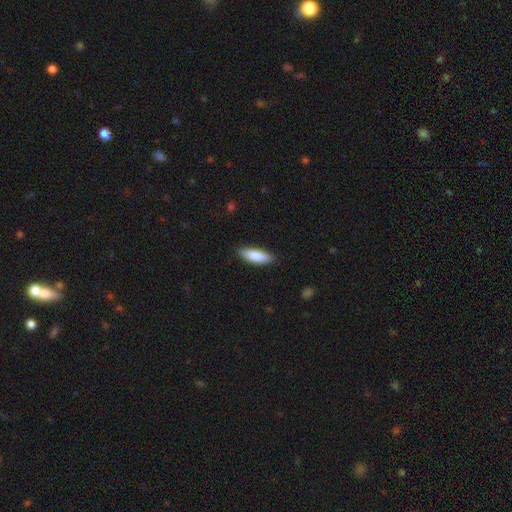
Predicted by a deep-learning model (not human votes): Overall: smooth (86%). How rounded: in between (55%; cigar-shaped 43%). Merging: none (87%).